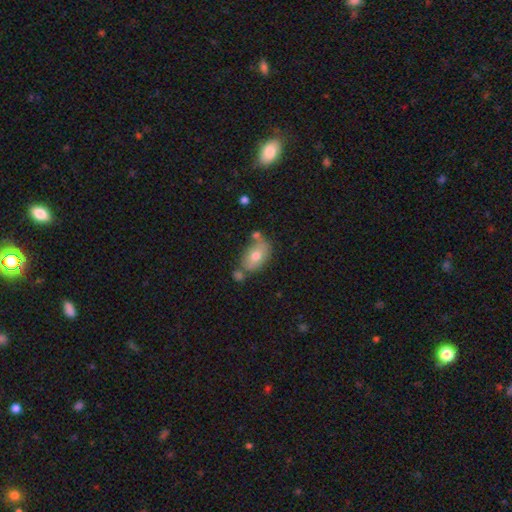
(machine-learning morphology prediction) smooth 69%, featured or disk 24%, star or artifact 7%. Down the decision tree: how rounded — in between (90%); merging — none (55%).